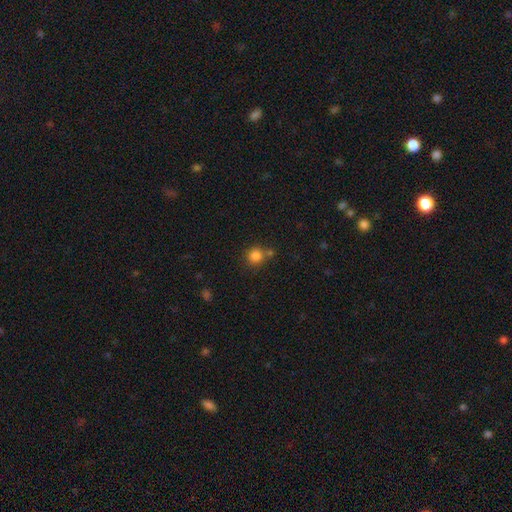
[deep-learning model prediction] A smooth galaxy with no disk features (83%) that is round (90%). Merging: none (67%).